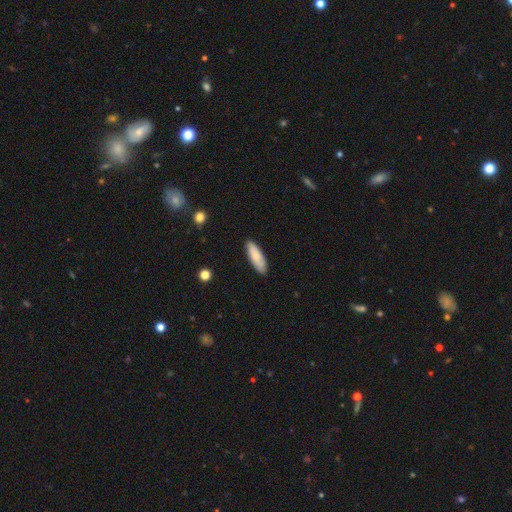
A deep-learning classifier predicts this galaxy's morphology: Smooth or featured: smooth — 81% (featured or disk — 14%)
How rounded: in between — 51% (cigar-shaped — 47%)
Merging: none — 87% (minor disturbance — 10%)